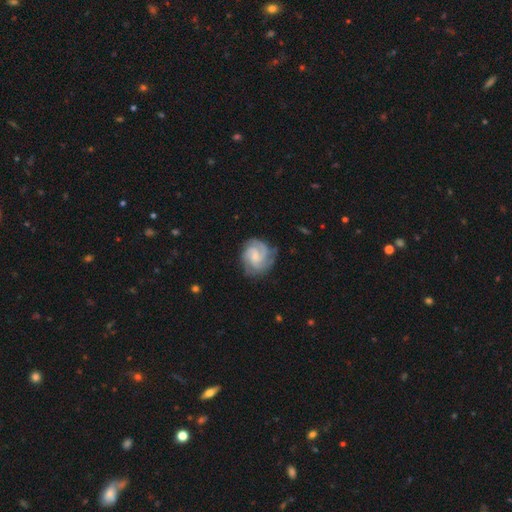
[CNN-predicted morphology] featured or disk 85%, smooth 10%, star or artifact 5%. Down the decision tree: edge-on disk — no (98%); bar — no (50%); spiral arms — yes (97%); spiral arm count — 3 (47%); spiral winding — tight (53%); bulge size — small (53%); merging — none (76%).